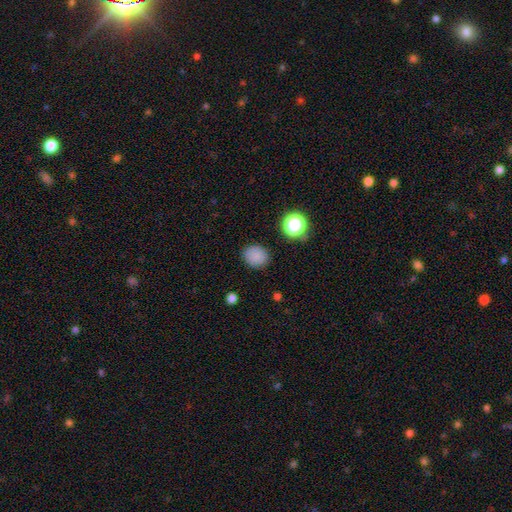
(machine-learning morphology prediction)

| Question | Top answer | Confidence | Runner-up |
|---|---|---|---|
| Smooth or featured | smooth | 83% | star or artifact (12%) |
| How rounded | round | 69% | in between (30%) |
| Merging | none | 86% | minor disturbance (10%) |